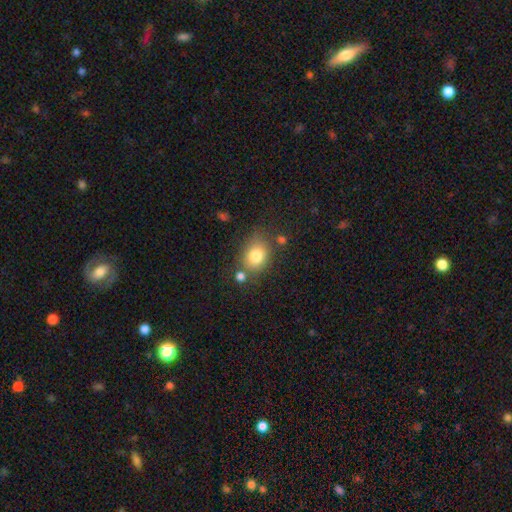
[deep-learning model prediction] Morphology: type=smooth (79%); roundness=in between (51%); merging=none (67%).